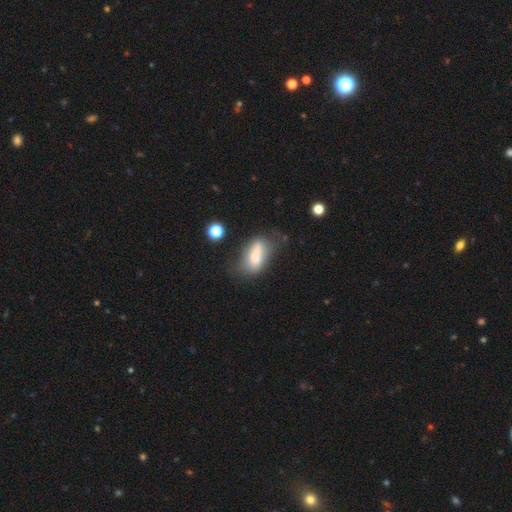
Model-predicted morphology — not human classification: A smooth galaxy with no disk features (65%) that is in between round and cigar-shaped (82%). Merging: none (35%).